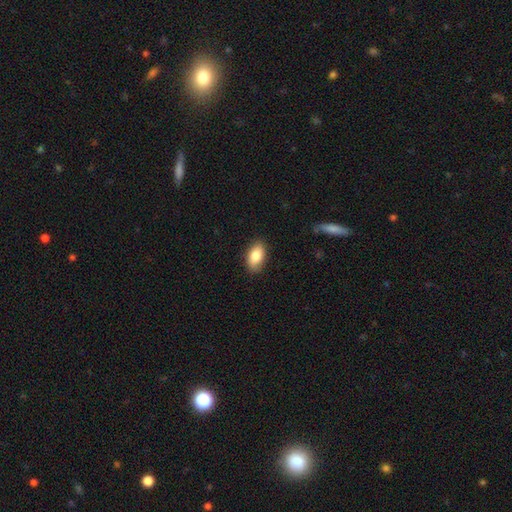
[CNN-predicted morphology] Smooth or featured? Predicted: smooth (p=0.84). How rounded? Predicted: in between (p=0.92). Merging? Predicted: none (p=0.87).